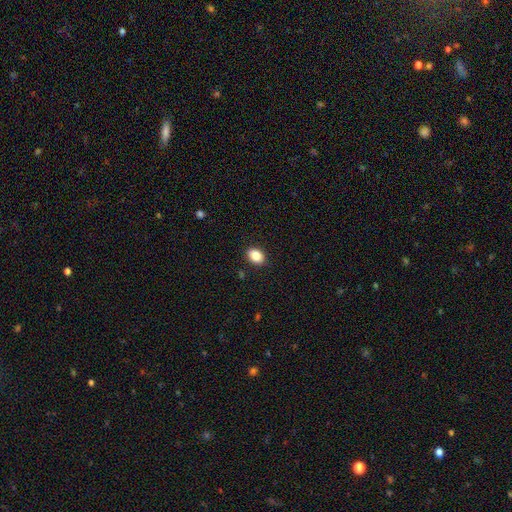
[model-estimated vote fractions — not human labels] Q: Smooth or featured?
A: smooth (86%); runner-up: star or artifact (9%)
Q: How rounded?
A: in between (71%); runner-up: round (28%)
Q: Merging?
A: none (89%); runner-up: minor disturbance (8%)